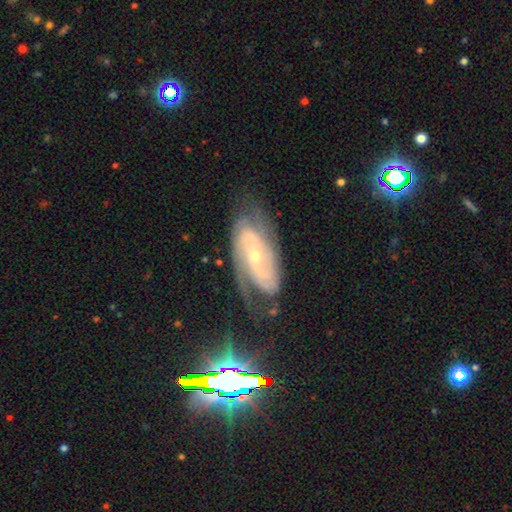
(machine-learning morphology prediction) This appears to be a featured or disk galaxy (85%) with no bar (50%), 2 (56%) tight (49%) spiral arms (96%) and a small central bulge (68%). Merging: none (68%).